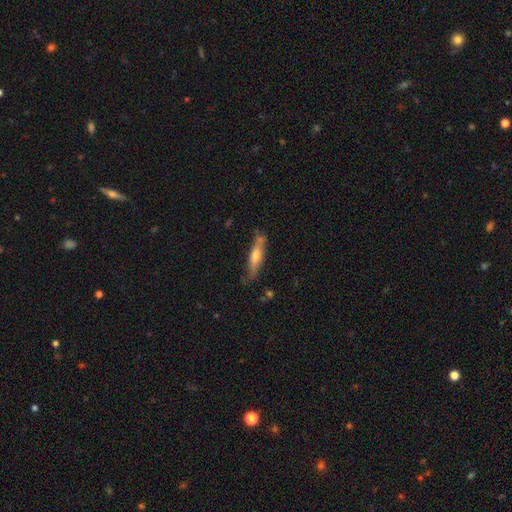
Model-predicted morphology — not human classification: Overall: smooth (51%; featured or disk 43%). How rounded: cigar-shaped (77%). Merging: none (65%).